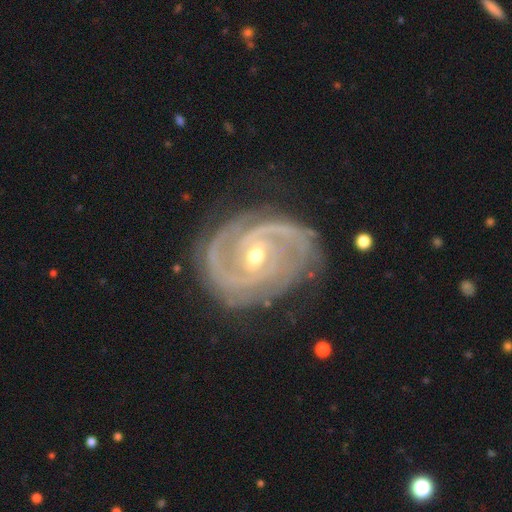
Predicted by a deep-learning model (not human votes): featured or disk 92%, star or artifact 4%, smooth 3%. Down the decision tree: edge-on disk — no (97%); bar — weak (46%); spiral arms — yes (98%); spiral arm count — 2 (53%); spiral winding — tight (67%); bulge size — moderate (49%); merging — none (76%).